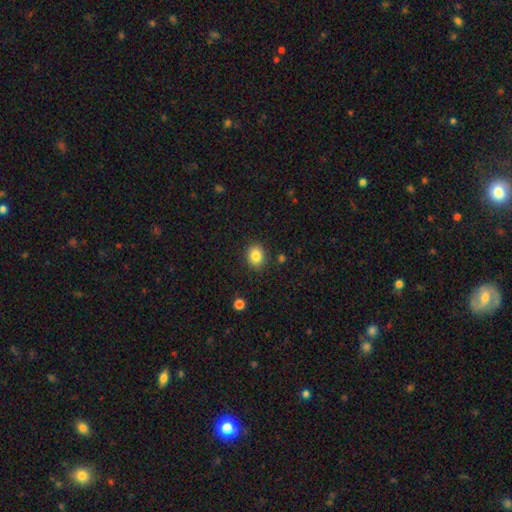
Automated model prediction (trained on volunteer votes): Q: Smooth or featured?
A: smooth (83%); runner-up: star or artifact (10%)
Q: How rounded?
A: round (61%); runner-up: in between (38%)
Q: Merging?
A: none (88%); runner-up: minor disturbance (8%)